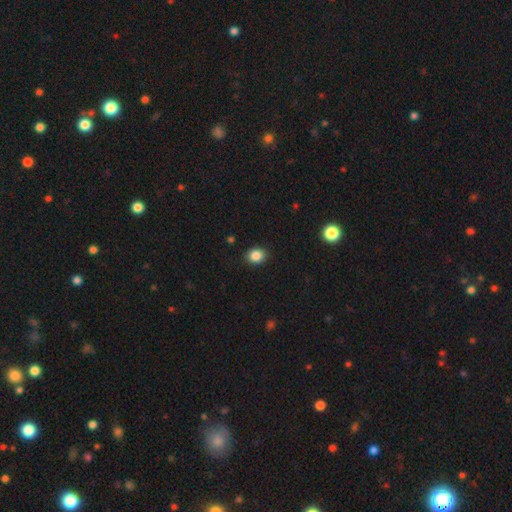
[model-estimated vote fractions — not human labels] Q: Smooth or featured?
A: smooth (86%); runner-up: star or artifact (10%)
Q: How rounded?
A: round (60%); runner-up: in between (39%)
Q: Merging?
A: none (89%); runner-up: minor disturbance (8%)